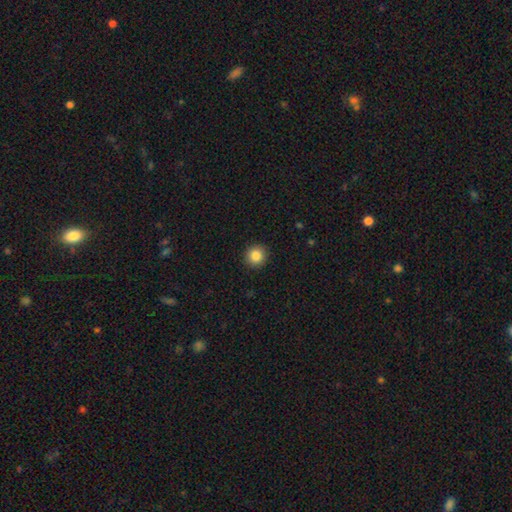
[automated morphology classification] Smooth or featured?
  - smooth: 85% *
  - star or artifact: 10%
  - featured or disk: 5%
How rounded?
  - round: 93% *
  - in between: 6%
  - cigar-shaped: 1%
Merging?
  - none: 92% *
  - minor disturbance: 5%
  - major disturbance: 2%
  - merger: 1%